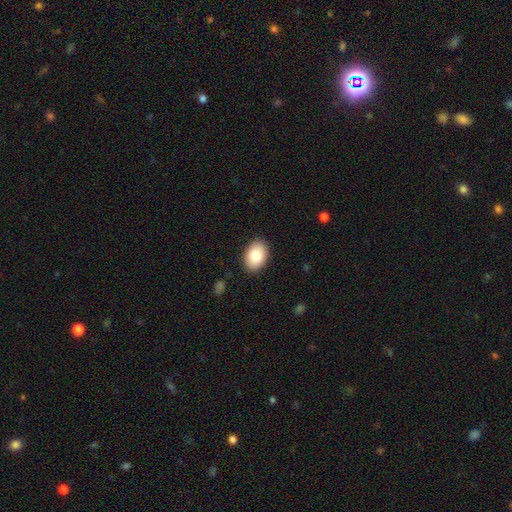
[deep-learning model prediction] Q: Smooth or featured?
A: smooth (82%); runner-up: featured or disk (11%)
Q: How rounded?
A: in between (84%); runner-up: round (15%)
Q: Merging?
A: none (88%); runner-up: minor disturbance (9%)